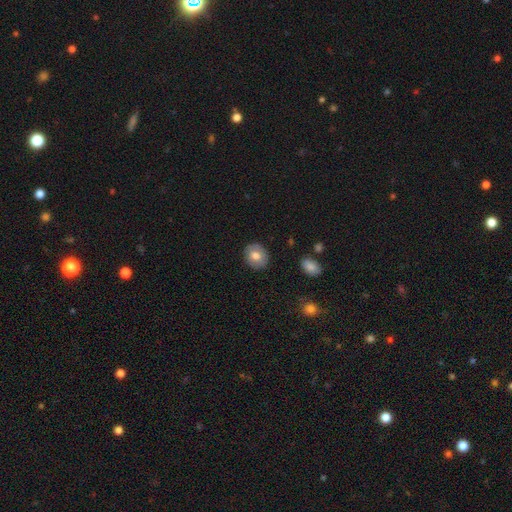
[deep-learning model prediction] A smooth galaxy with no disk features (75%) that is round (70%). Merging: none (87%).